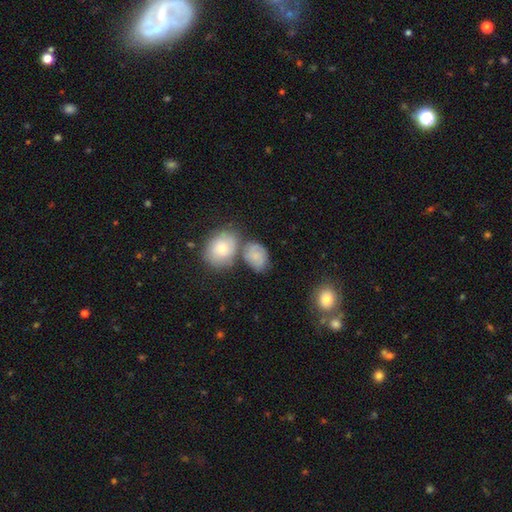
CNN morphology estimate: Overall: smooth (55%; featured or disk 36%). How rounded: in between (69%). Merging: none (48%; merger 25%).